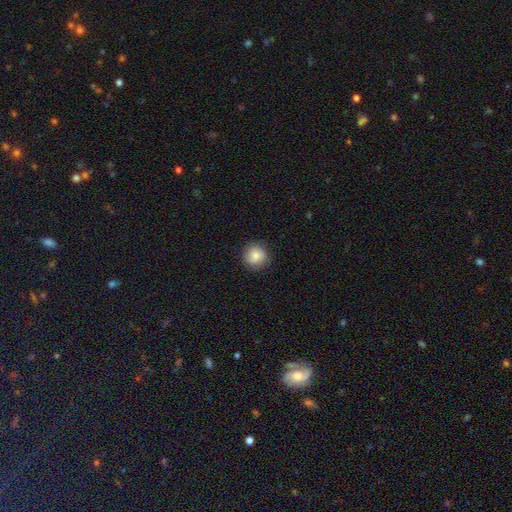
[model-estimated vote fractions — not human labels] A smooth galaxy with no disk features (80%) that is round (93%). Merging: none (85%).